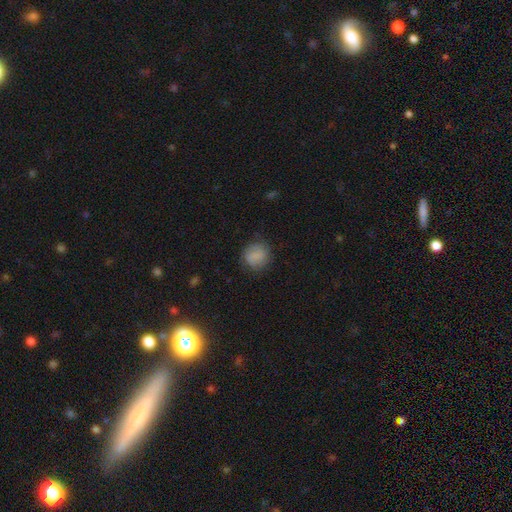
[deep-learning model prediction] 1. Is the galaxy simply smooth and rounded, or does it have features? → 78% smooth, 14% featured or disk, 8% star or artifact.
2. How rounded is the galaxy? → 80% round, 19% in between, 1% cigar-shaped.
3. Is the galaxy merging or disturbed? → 77% none, 16% minor disturbance, 6% major disturbance, 1% merger.